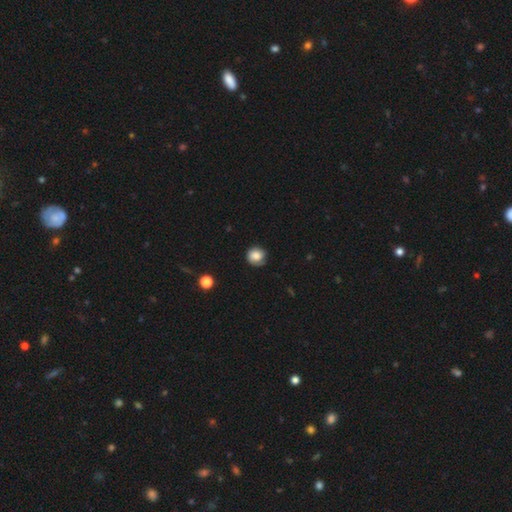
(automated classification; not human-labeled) Smooth or featured? Predicted: smooth (p=0.77). How rounded? Predicted: round (p=0.86). Merging? Predicted: none (p=0.70).